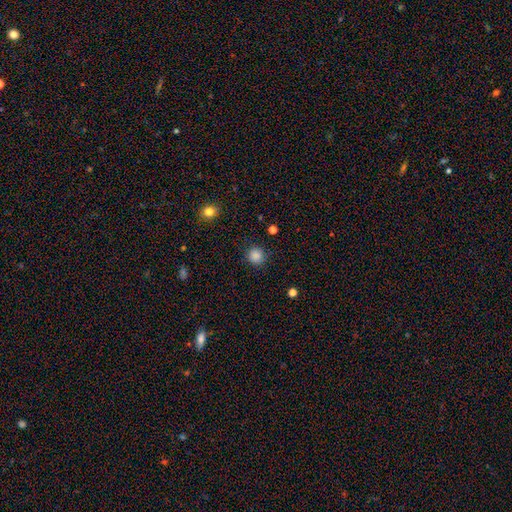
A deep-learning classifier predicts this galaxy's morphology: Smooth or featured: smooth — 86% (star or artifact — 11%)
How rounded: round — 91% (in between — 8%)
Merging: none — 89% (minor disturbance — 7%)